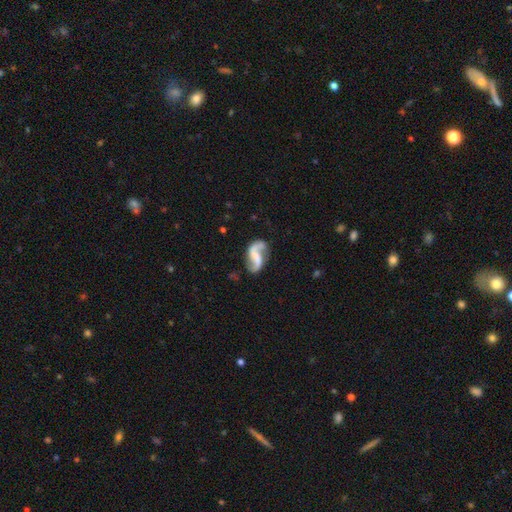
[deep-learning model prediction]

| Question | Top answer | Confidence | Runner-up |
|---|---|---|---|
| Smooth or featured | featured or disk | 88% | smooth (7%) |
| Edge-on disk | no | 98% | yes (2%) |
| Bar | weak | 40% | no (32%) |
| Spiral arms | yes | 96% | no (4%) |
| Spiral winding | loose | 71% | medium (24%) |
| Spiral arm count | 2 | 94% | 1 (2%) |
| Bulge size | none | 53% | small (27%) |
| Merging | none | 75% | minor disturbance (15%) |